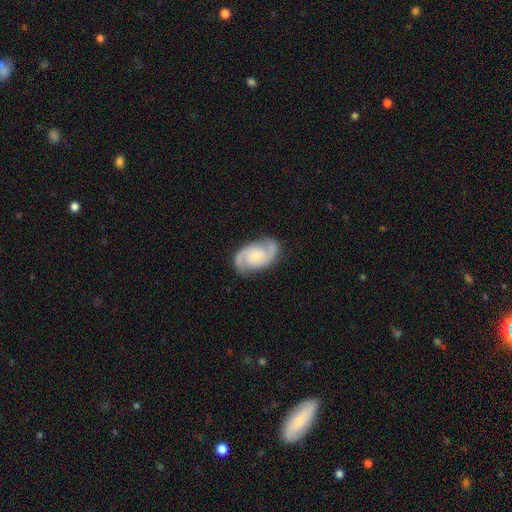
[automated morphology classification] A featured or disk galaxy (90%) with no bar (62%), 2 (93%) medium (54%) spiral arms (98%) and a small central bulge (55%). Merging: none (82%).